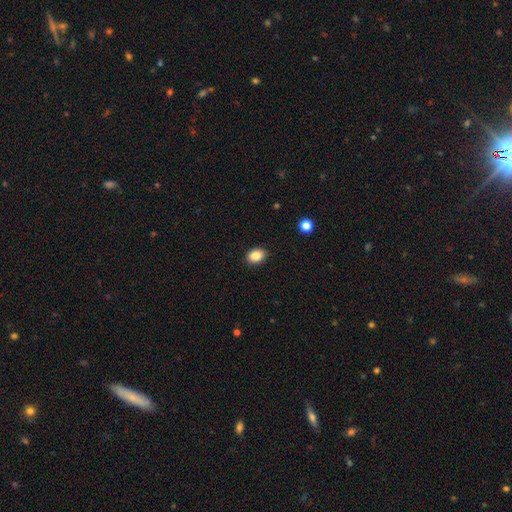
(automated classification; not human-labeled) The model was most divided on "how rounded": in between: 71%, round: 28%, cigar-shaped: 1%. More confident: merging — none (89%); smooth or featured — smooth (86%).